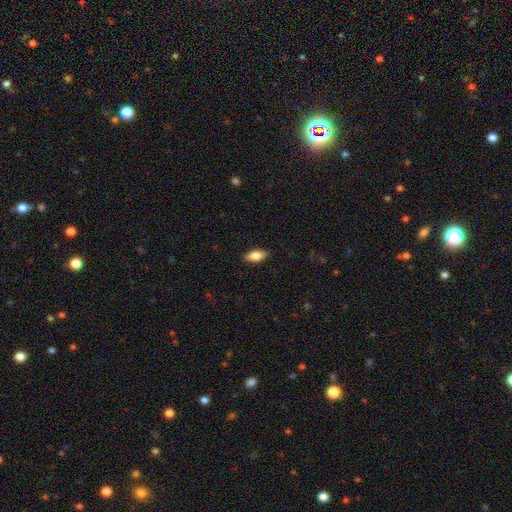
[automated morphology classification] Smooth or featured?
  - smooth: 80% *
  - featured or disk: 13%
  - star or artifact: 6%
How rounded?
  - in between: 87% *
  - cigar-shaped: 10%
  - round: 3%
Merging?
  - none: 88% *
  - minor disturbance: 9%
  - major disturbance: 2%
  - merger: 1%